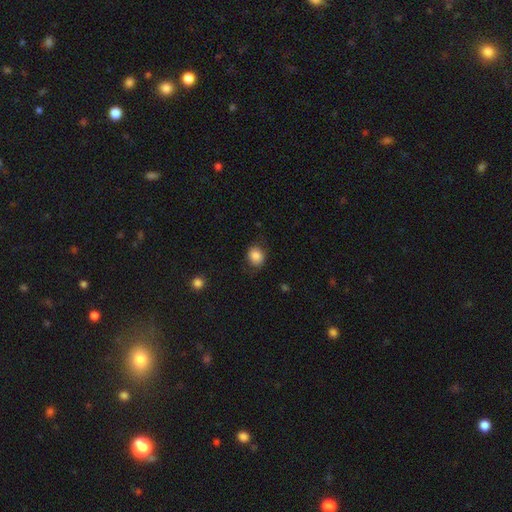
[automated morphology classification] Smooth or featured? Predicted: smooth (p=0.85). How rounded? Predicted: round (p=0.70). Merging? Predicted: none (p=0.78).